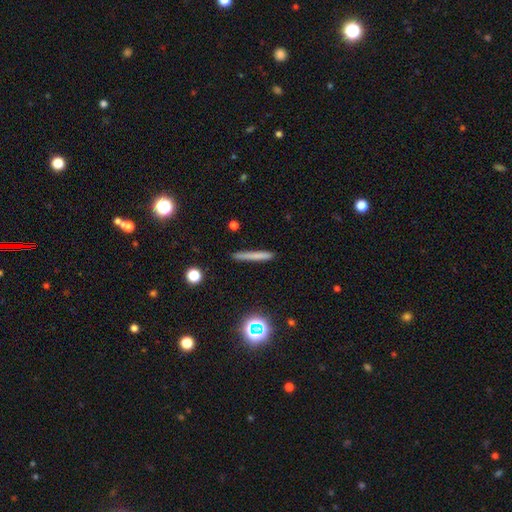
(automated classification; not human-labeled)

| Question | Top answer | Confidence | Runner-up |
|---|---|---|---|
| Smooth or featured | smooth | 67% | featured or disk (22%) |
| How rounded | cigar-shaped | 94% | in between (3%) |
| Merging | none | 87% | minor disturbance (9%) |